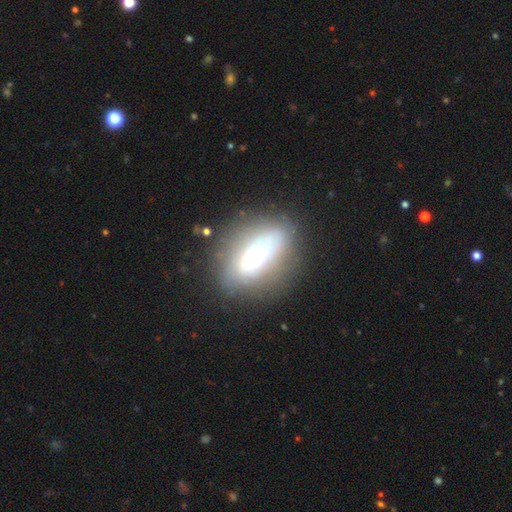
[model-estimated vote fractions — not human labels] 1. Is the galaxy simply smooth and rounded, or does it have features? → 49% smooth, 39% featured or disk, 12% star or artifact.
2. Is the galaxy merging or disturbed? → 64% none, 21% minor disturbance, 12% major disturbance, 4% merger.